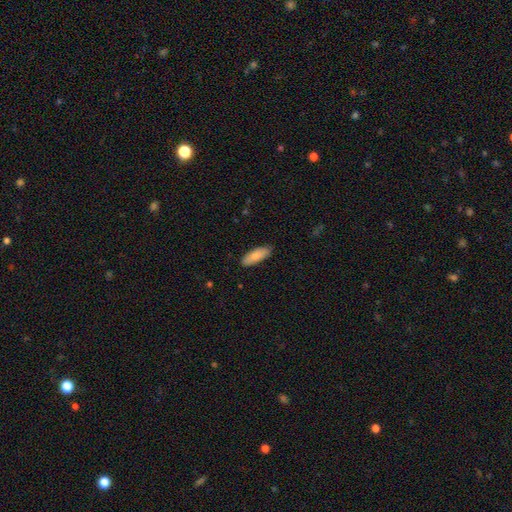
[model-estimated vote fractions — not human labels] Morphology: type=smooth (84%); roundness=in between (69%); merging=none (87%).